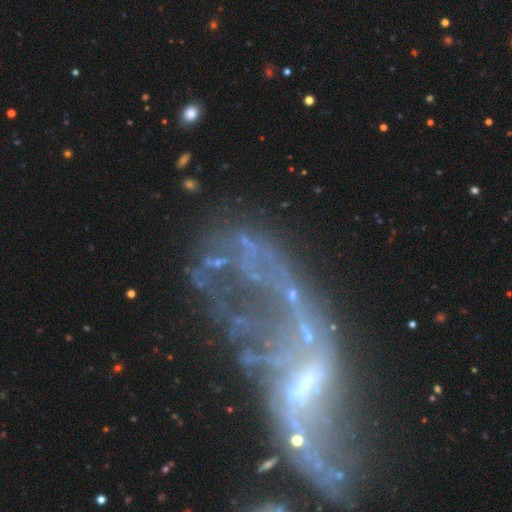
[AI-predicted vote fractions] smooth_or_featured: featured or disk (p=0.69) [alt: star or artifact p=0.19]
disk_edge_on: no (p=0.93) [alt: yes p=0.07]
bar: no (p=0.47) [alt: weak p=0.27]
has_spiral_arms: no (p=0.54) [alt: yes p=0.46]
bulge_size: none (p=0.51) [alt: small p=0.29]
merging: major disturbance (p=0.47) [alt: none p=0.24]